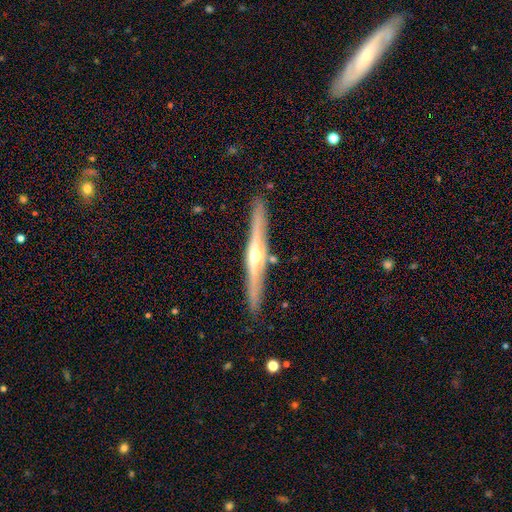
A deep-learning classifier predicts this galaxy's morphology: A featured or disk galaxy (78%) viewed edge-on (97%) with a rounded central bulge (89%). Merging: none (88%).